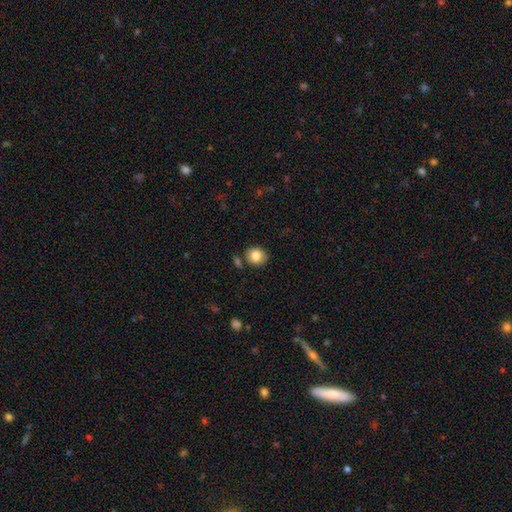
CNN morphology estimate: A smooth galaxy with no disk features (82%) that is round (65%).

Vote fractions:
- Smooth or featured? smooth: 82% / featured or disk: 9% / star or artifact: 8%
- How rounded? round: 65% / in between: 34% / cigar-shaped: 1%
- Merging? none: 75% / minor disturbance: 15% / merger: 6% / major disturbance: 4%